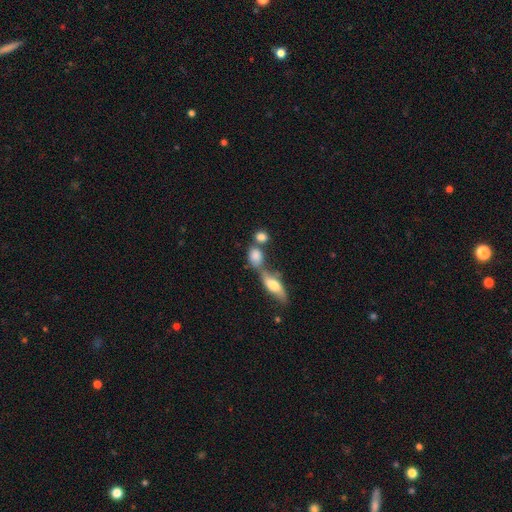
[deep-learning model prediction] Morphology: type=smooth (79%); roundness=in between (52%); merging=merger (45%).